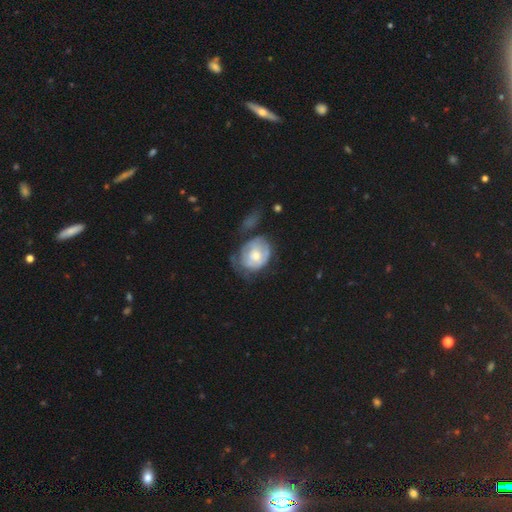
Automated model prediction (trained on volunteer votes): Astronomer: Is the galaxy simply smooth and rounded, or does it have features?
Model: featured or disk — 57% (runner-up: smooth, 37%).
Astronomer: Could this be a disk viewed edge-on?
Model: no — 97%.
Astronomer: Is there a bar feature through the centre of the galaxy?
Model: no — 78%.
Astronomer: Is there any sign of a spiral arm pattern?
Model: yes — 57% (runner-up: no, 43%).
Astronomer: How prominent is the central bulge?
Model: moderate — 53% (runner-up: small, 39%).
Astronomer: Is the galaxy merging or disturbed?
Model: none — 35% (runner-up: minor disturbance, 29%).